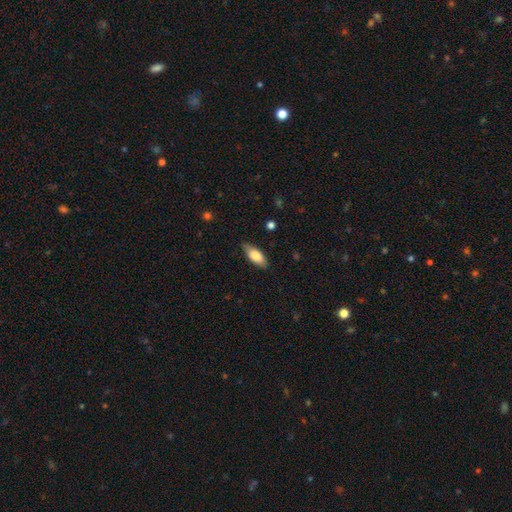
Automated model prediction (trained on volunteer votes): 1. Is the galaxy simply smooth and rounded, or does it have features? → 80% smooth, 14% featured or disk, 6% star or artifact.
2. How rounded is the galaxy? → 82% in between, 16% cigar-shaped, 2% round.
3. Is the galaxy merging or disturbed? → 81% none, 15% minor disturbance, 3% major disturbance, 1% merger.